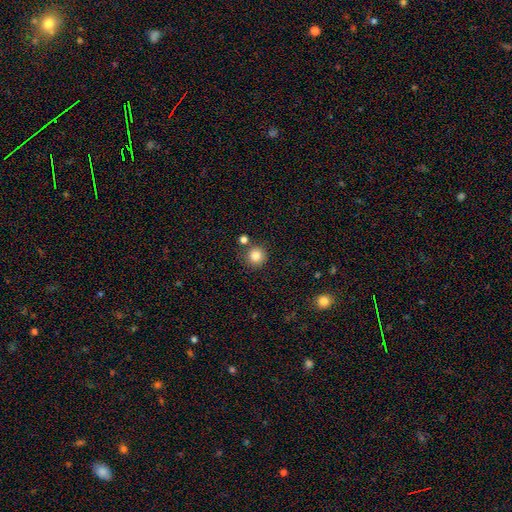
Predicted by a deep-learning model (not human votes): Smooth or featured: smooth — 83% (star or artifact — 11%)
How rounded: round — 95% (in between — 4%)
Merging: none — 80% (merger — 9%)